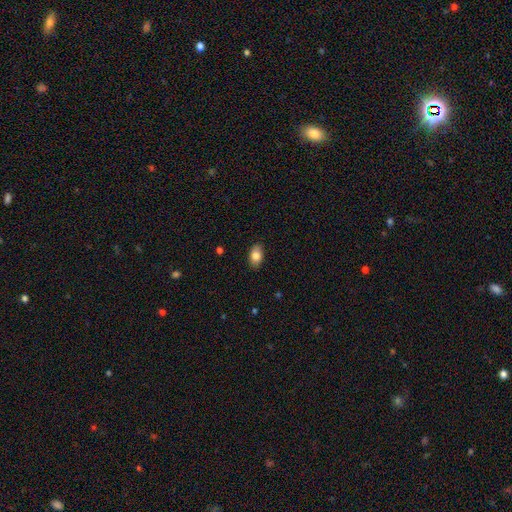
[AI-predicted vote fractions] This is clearly a smooth galaxy (84%). How rounded: clearly in between (89%). Merging: clearly none (86%).